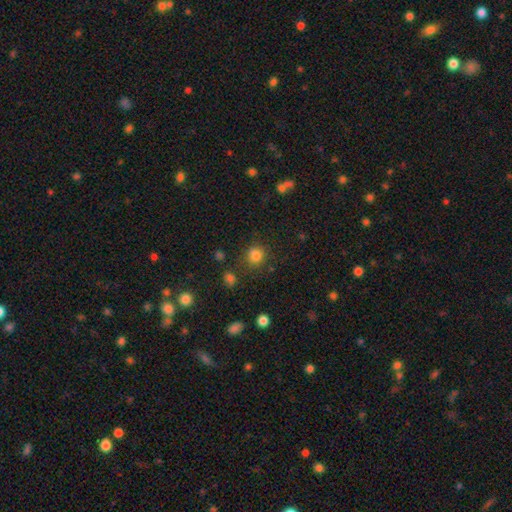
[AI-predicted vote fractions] Smooth or featured?
  - smooth: 81% *
  - star or artifact: 14%
  - featured or disk: 5%
How rounded?
  - round: 85% *
  - in between: 14%
  - cigar-shaped: 1%
Merging?
  - none: 80% *
  - minor disturbance: 11%
  - major disturbance: 5%
  - merger: 4%